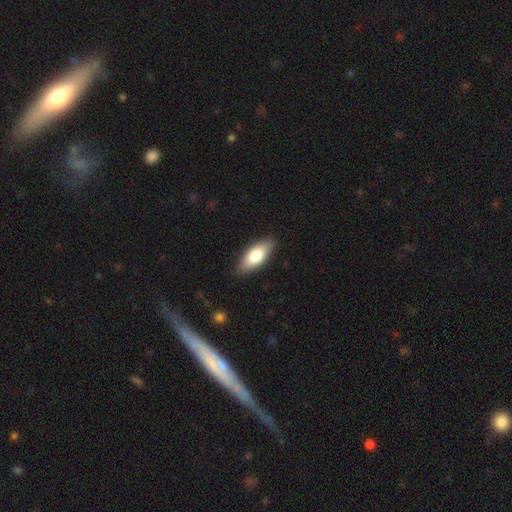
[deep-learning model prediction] A smooth galaxy with no disk features (73%) that is in between round and cigar-shaped (77%).

Vote fractions:
- Smooth or featured? smooth: 73% / featured or disk: 21% / star or artifact: 6%
- How rounded? in between: 77% / cigar-shaped: 21% / round: 2%
- Merging? none: 86% / minor disturbance: 11% / major disturbance: 2% / merger: 1%